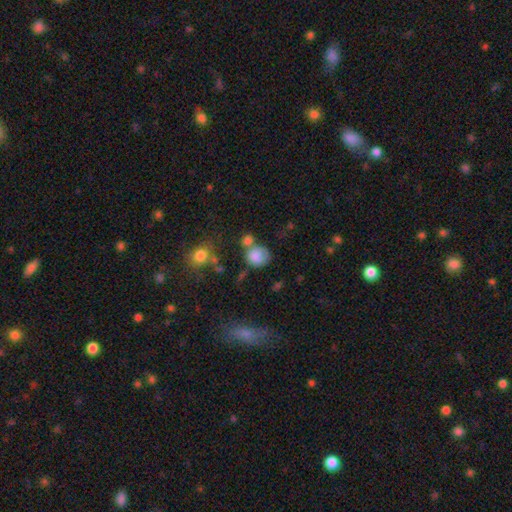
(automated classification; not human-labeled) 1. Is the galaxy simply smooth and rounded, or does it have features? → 79% smooth, 11% featured or disk, 10% star or artifact.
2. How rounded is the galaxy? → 73% round, 26% in between, 1% cigar-shaped.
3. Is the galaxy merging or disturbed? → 42% none, 26% merger, 21% minor disturbance, 11% major disturbance.